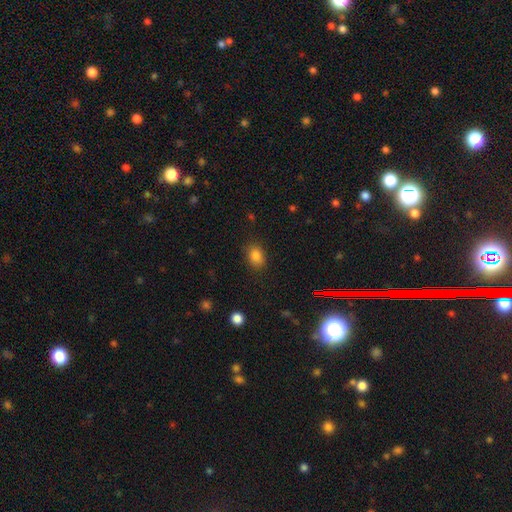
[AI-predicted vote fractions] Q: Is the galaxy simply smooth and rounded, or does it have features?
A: smooth — 83%.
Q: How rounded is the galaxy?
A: in between — 71%.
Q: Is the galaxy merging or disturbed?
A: none — 83%.